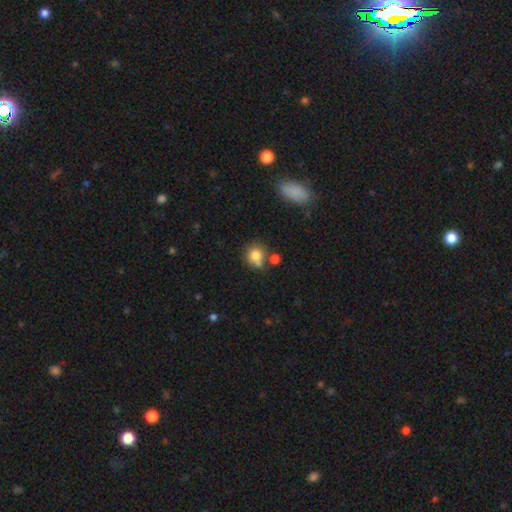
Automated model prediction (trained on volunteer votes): A smooth galaxy with no disk features (79%) that is round (71%).

Vote fractions:
- Smooth or featured? smooth: 79% / star or artifact: 11% / featured or disk: 10%
- How rounded? round: 71% / in between: 28% / cigar-shaped: 1%
- Merging? none: 52% / minor disturbance: 21% / merger: 19% / major disturbance: 8%